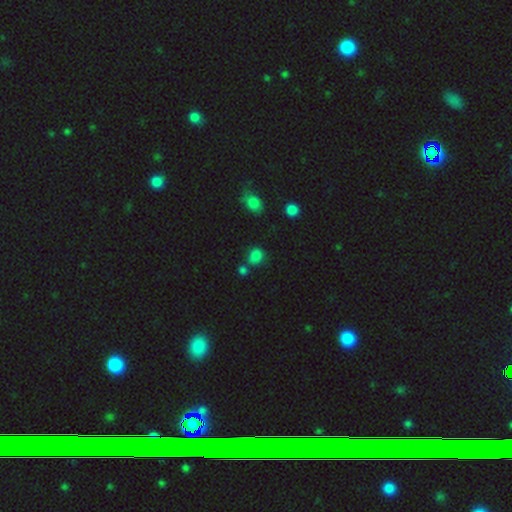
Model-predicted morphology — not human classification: Smooth or featured? smooth (79%)
How rounded? round (67%)
Merging? none (65%)